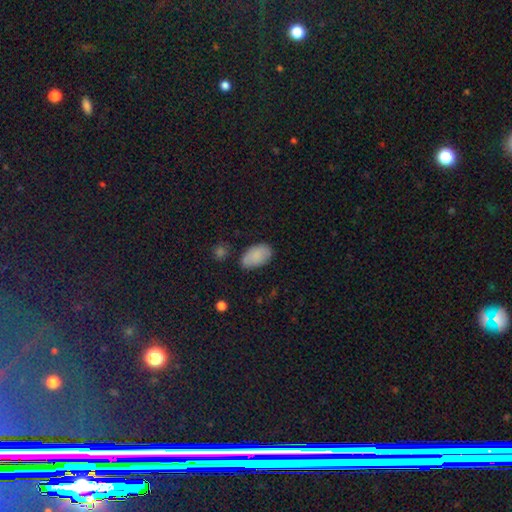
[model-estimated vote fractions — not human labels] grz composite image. It shows a smooth galaxy with no disk features (85%) that is in between round and cigar-shaped (93%). Merging: none (71%).